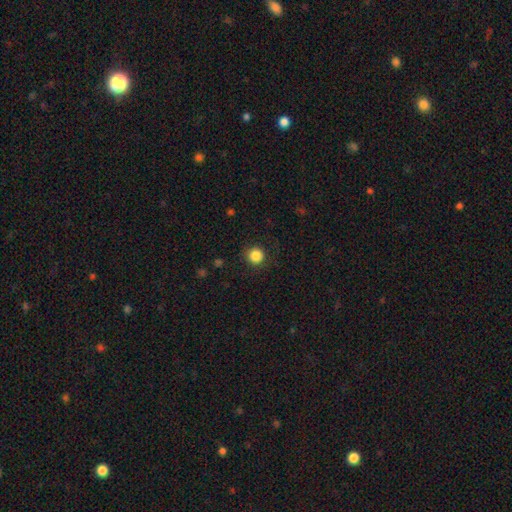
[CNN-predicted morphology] A smooth galaxy with no disk features (86%) that is round (95%).

Vote fractions:
- Smooth or featured? smooth: 86% / star or artifact: 10% / featured or disk: 4%
- How rounded? round: 95% / in between: 4% / cigar-shaped: 1%
- Merging? none: 89% / minor disturbance: 7% / major disturbance: 3% / merger: 1%